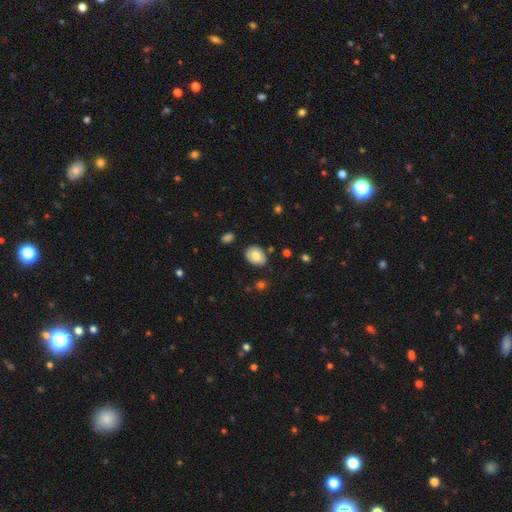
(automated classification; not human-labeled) This is likely a smooth galaxy (76%). How rounded: likely in between (72%). Merging: likely none (78%).